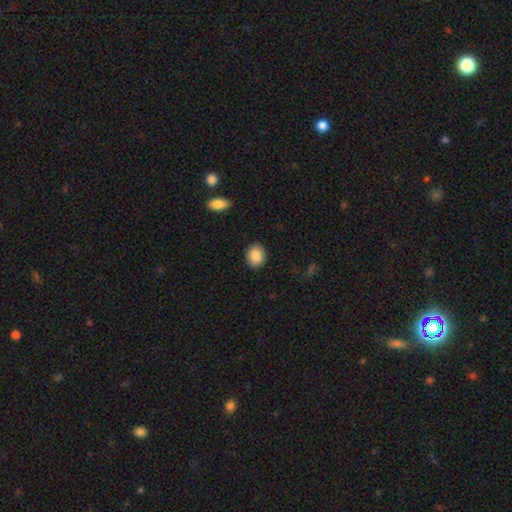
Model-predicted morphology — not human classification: A smooth galaxy with no disk features (88%) that is in between round and cigar-shaped (57%).

Vote fractions:
- Smooth or featured? smooth: 88% / star or artifact: 7% / featured or disk: 4%
- How rounded? in between: 57% / round: 42% / cigar-shaped: 1%
- Merging? none: 89% / minor disturbance: 8% / major disturbance: 2% / merger: 1%